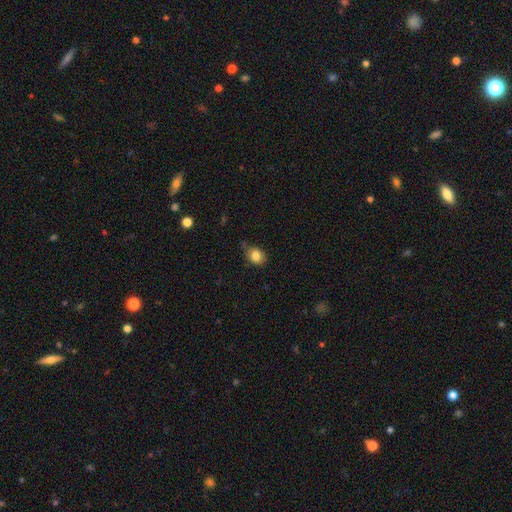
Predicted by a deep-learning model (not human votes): Q: Smooth or featured?
A: smooth (84%); runner-up: star or artifact (10%)
Q: How rounded?
A: round (51%); runner-up: in between (48%)
Q: Merging?
A: none (71%); runner-up: minor disturbance (22%)